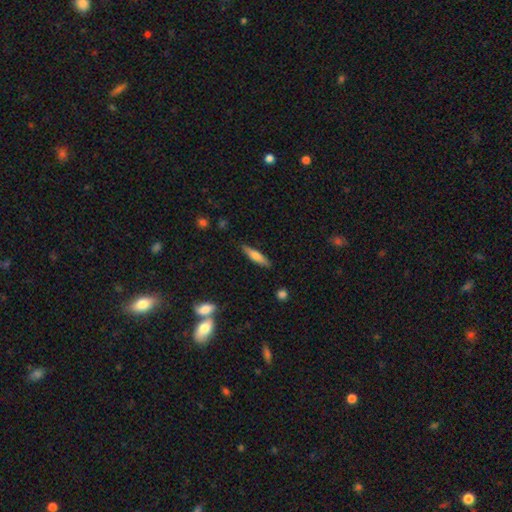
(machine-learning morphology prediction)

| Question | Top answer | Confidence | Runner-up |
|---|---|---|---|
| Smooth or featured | smooth | 65% | featured or disk (29%) |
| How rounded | cigar-shaped | 76% | in between (22%) |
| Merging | none | 86% | minor disturbance (10%) |